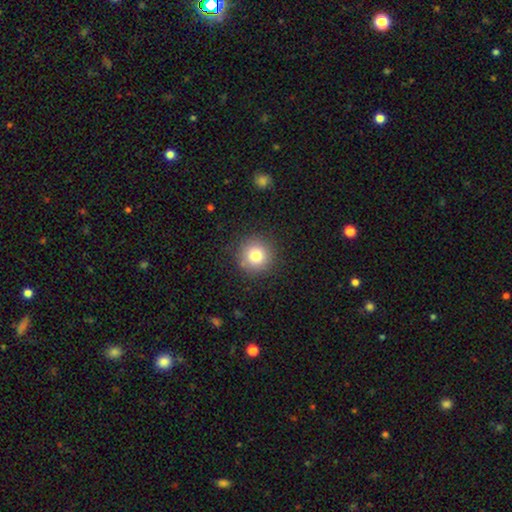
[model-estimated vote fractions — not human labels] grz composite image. It shows a smooth galaxy with no disk features (79%) that is round (95%). Merging: none (88%).